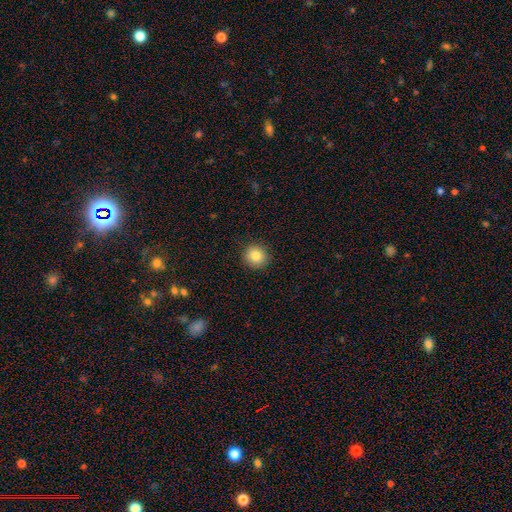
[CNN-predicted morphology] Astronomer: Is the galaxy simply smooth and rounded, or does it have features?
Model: smooth — 83%.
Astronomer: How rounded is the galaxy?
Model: round — 93%.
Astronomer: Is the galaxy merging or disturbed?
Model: none — 92%.